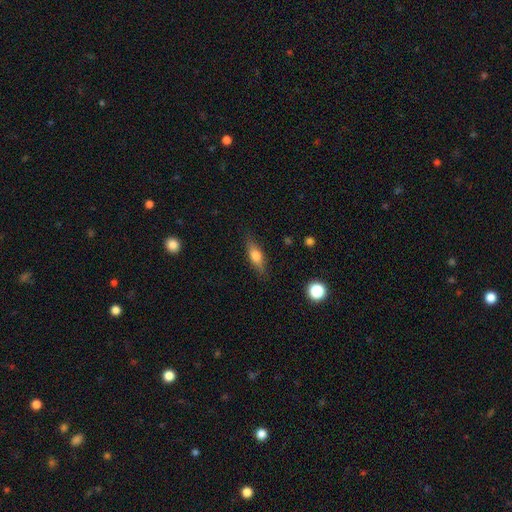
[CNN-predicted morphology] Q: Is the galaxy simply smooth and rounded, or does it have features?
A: smooth — 65%.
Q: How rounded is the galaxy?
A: in between — 59%.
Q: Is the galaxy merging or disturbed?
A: none — 81%.